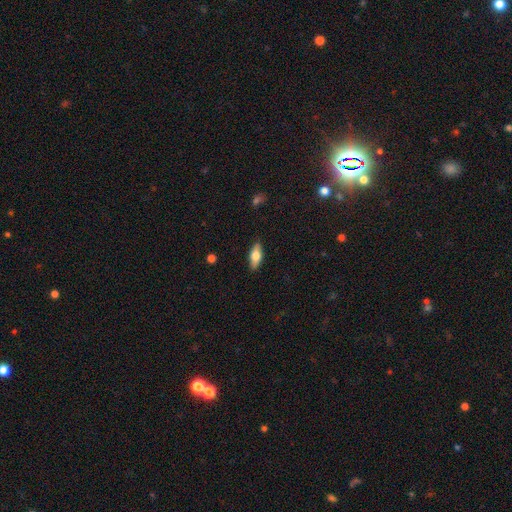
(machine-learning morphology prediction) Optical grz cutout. It shows a smooth galaxy with no disk features (64%) that is in between round and cigar-shaped (78%). Merging: none (87%).